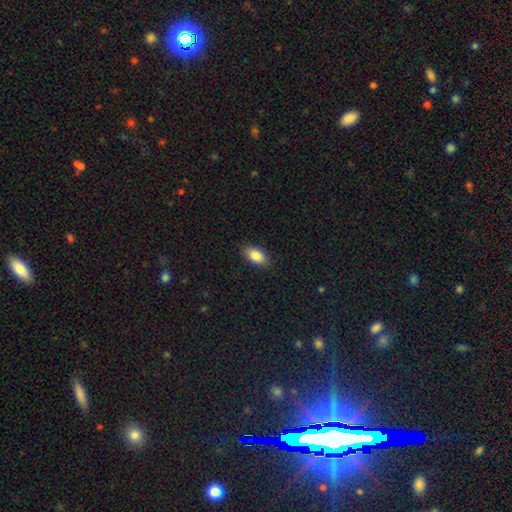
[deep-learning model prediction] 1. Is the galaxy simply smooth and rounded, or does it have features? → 86% smooth, 7% featured or disk, 7% star or artifact.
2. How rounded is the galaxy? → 91% in between, 5% cigar-shaped, 4% round.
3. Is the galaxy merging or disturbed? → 87% none, 10% minor disturbance, 2% major disturbance, 1% merger.